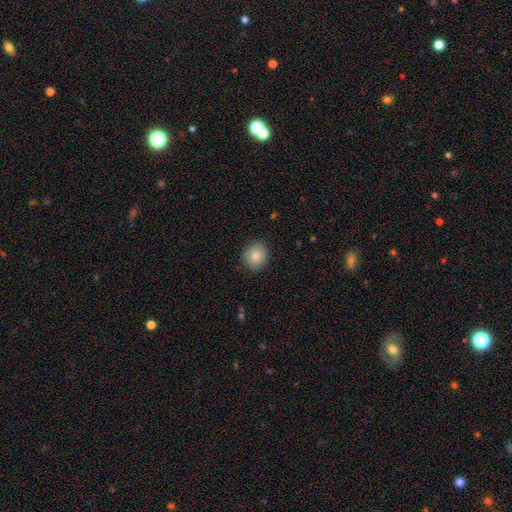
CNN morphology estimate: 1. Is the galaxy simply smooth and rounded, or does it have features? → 81% smooth, 11% featured or disk, 9% star or artifact.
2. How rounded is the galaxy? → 85% round, 14% in between, 1% cigar-shaped.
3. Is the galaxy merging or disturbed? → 86% none, 11% minor disturbance, 2% major disturbance, 1% merger.